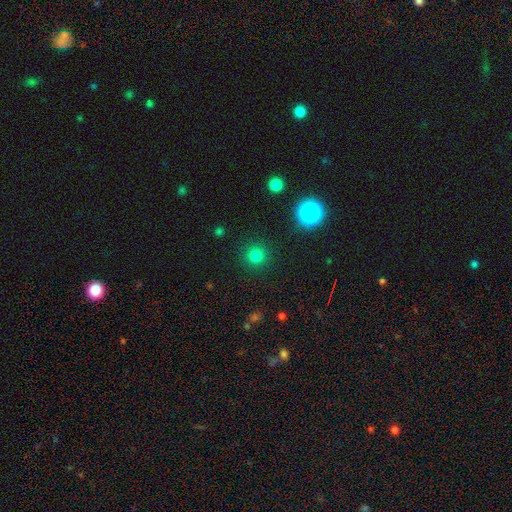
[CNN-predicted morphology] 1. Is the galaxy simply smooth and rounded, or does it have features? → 79% smooth, 16% star or artifact, 4% featured or disk.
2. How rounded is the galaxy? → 94% round, 5% in between, 1% cigar-shaped.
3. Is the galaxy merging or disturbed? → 91% none, 5% minor disturbance, 2% major disturbance, 1% merger.